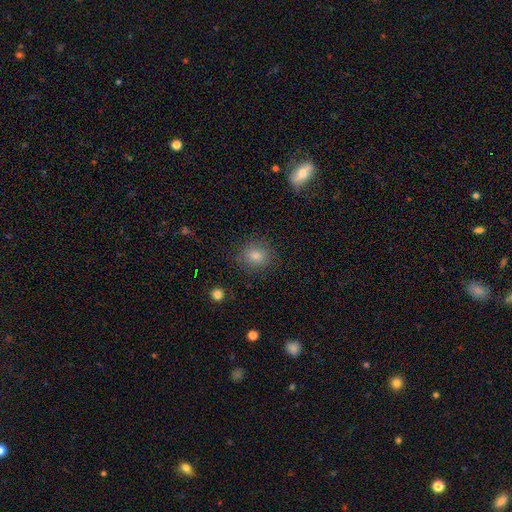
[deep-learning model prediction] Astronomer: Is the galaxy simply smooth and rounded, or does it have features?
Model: smooth — 79%.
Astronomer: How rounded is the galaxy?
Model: round — 79%.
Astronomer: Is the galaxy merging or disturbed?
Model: none — 87%.